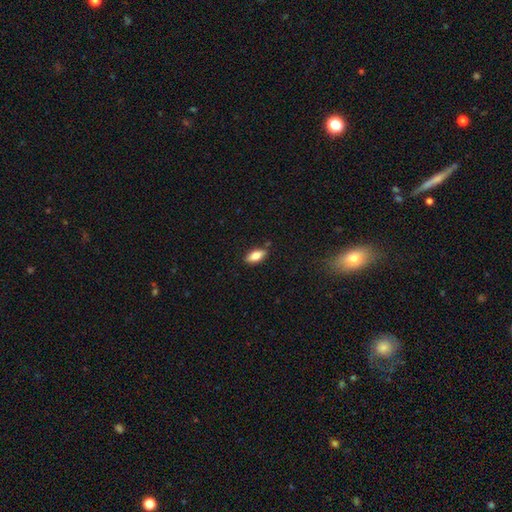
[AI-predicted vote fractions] A smooth galaxy with no disk features (77%) that is in between round and cigar-shaped (85%). Merging: none (84%).